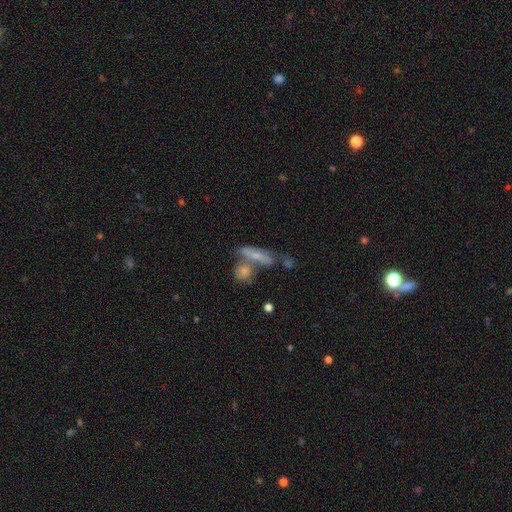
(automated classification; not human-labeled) A smooth galaxy with no disk features (49%).

Vote fractions:
- Smooth or featured? smooth: 49% / featured or disk: 42% / star or artifact: 9%
- Merging? none: 43% / merger: 35% / minor disturbance: 15% / major disturbance: 7%